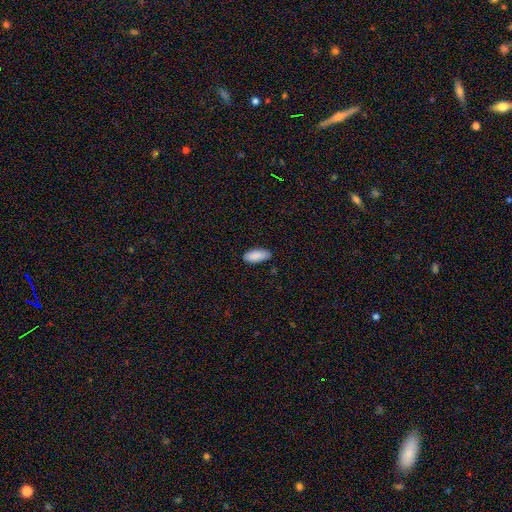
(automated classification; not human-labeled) Smooth or featured? Predicted: smooth (p=0.90). How rounded? Predicted: in between (p=0.85). Merging? Predicted: none (p=0.84).